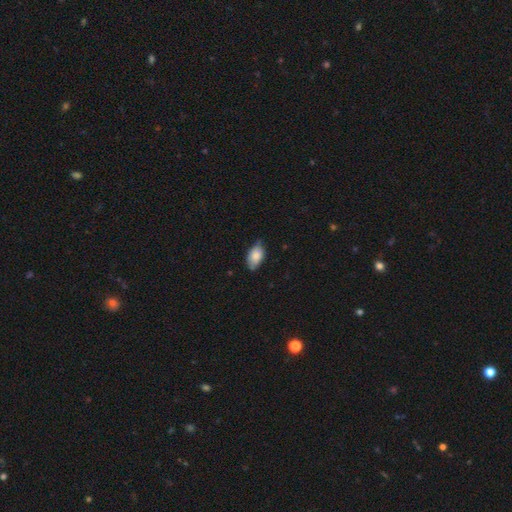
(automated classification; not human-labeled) Smooth or featured?
  - smooth: 82% *
  - featured or disk: 11%
  - star or artifact: 7%
How rounded?
  - in between: 93% *
  - round: 5%
  - cigar-shaped: 2%
Merging?
  - none: 64% *
  - minor disturbance: 30%
  - major disturbance: 4%
  - merger: 1%